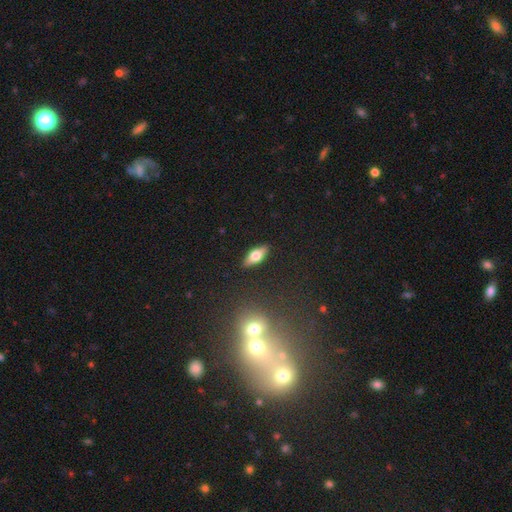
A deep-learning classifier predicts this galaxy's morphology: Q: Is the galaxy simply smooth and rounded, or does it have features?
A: smooth — 55%.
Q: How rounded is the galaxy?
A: in between — 67%.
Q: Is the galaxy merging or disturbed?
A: none — 89%.